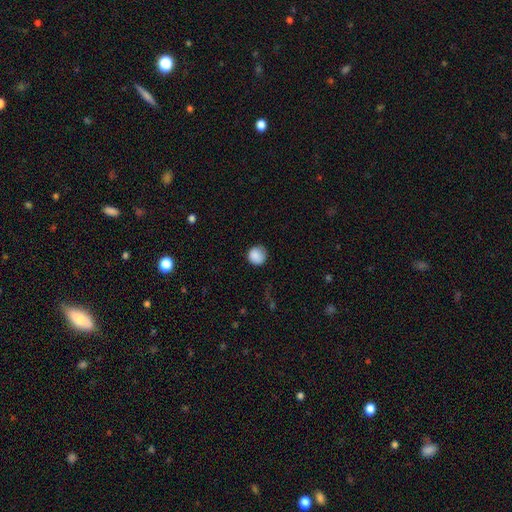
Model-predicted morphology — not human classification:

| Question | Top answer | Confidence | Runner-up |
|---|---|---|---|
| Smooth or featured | smooth | 87% | star or artifact (8%) |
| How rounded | round | 91% | in between (8%) |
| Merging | none | 75% | minor disturbance (19%) |